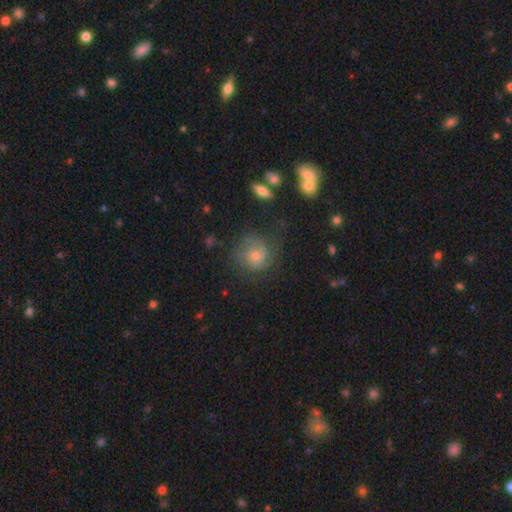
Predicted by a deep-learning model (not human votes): Overall: featured or disk (45%; smooth 41%). Merging: none (62%).